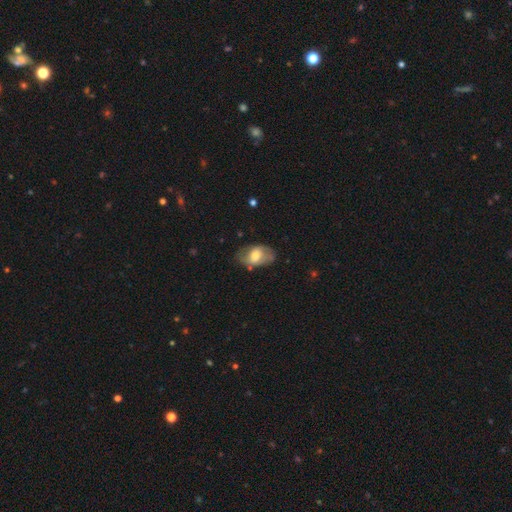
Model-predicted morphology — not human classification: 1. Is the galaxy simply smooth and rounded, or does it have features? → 55% smooth, 38% featured or disk, 7% star or artifact.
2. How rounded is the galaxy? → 88% in between, 11% round, 1% cigar-shaped.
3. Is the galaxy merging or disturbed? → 62% none, 26% minor disturbance, 9% major disturbance, 2% merger.